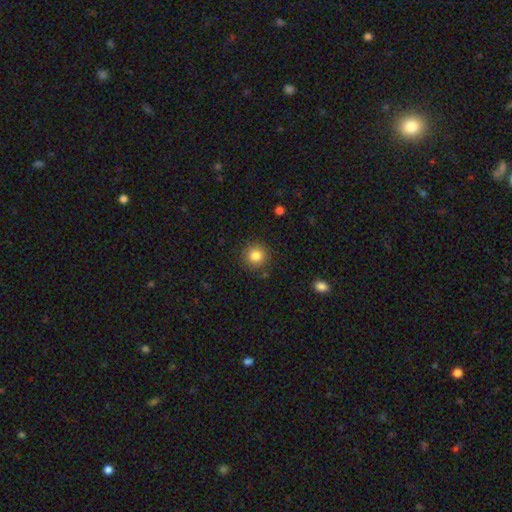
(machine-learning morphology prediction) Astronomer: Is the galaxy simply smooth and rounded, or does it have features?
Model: smooth — 83%.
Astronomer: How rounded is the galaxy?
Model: round — 94%.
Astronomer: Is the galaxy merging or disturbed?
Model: none — 88%.